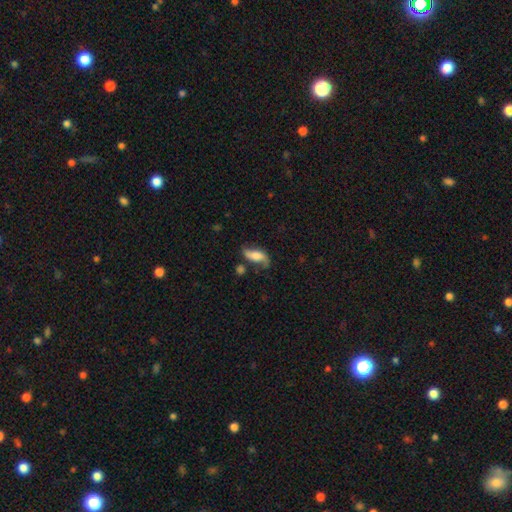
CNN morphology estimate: Q: Smooth or featured?
A: featured or disk (57%); runner-up: smooth (35%)
Q: Edge-on disk?
A: no (90%); runner-up: yes (10%)
Q: Bar?
A: no (57%); runner-up: weak (30%)
Q: Spiral arms?
A: yes (89%); runner-up: no (11%)
Q: Bulge size?
A: moderate (30%); runner-up: large (28%)
Q: Merging?
A: none (56%); runner-up: minor disturbance (24%)